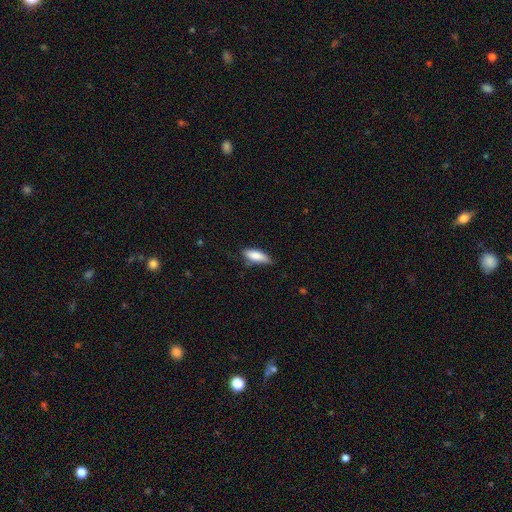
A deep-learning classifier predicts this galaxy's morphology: Smooth or featured: smooth — 82% (featured or disk — 11%)
How rounded: in between — 66% (cigar-shaped — 32%)
Merging: none — 66% (minor disturbance — 27%)